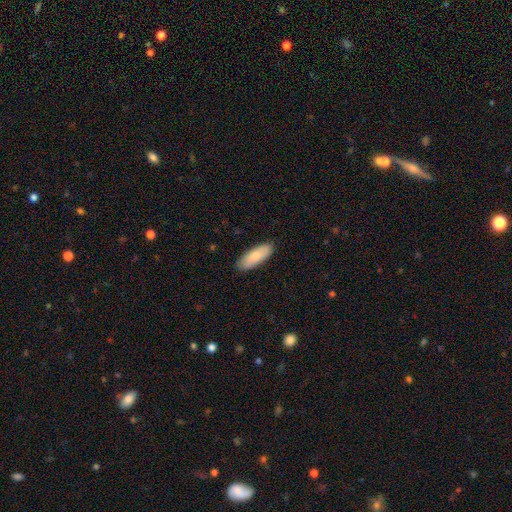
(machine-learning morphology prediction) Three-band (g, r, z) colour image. It shows a smooth galaxy with no disk features (83%) that is in between round and cigar-shaped (69%). Merging: none (88%).